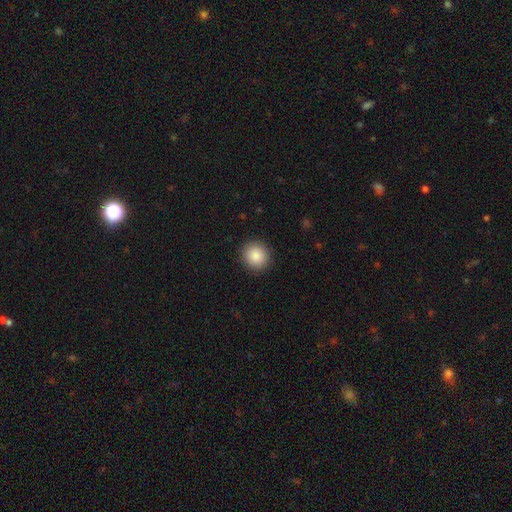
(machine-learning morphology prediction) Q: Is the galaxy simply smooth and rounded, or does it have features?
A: smooth — 87%.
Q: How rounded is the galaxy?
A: round — 92%.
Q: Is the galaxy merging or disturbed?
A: none — 92%.